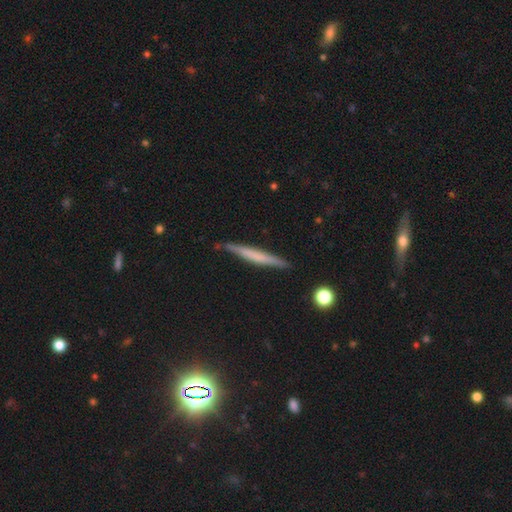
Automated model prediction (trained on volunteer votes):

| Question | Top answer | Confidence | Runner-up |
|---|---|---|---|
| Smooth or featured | smooth | 49% | featured or disk (44%) |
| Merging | none | 86% | minor disturbance (11%) |